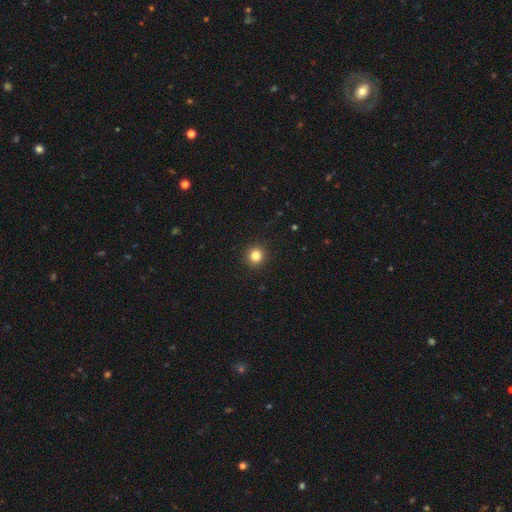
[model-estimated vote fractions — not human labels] Smooth or featured?
  - smooth: 83% *
  - star or artifact: 12%
  - featured or disk: 5%
How rounded?
  - round: 93% *
  - in between: 6%
  - cigar-shaped: 1%
Merging?
  - none: 93% *
  - minor disturbance: 5%
  - major disturbance: 2%
  - merger: 1%